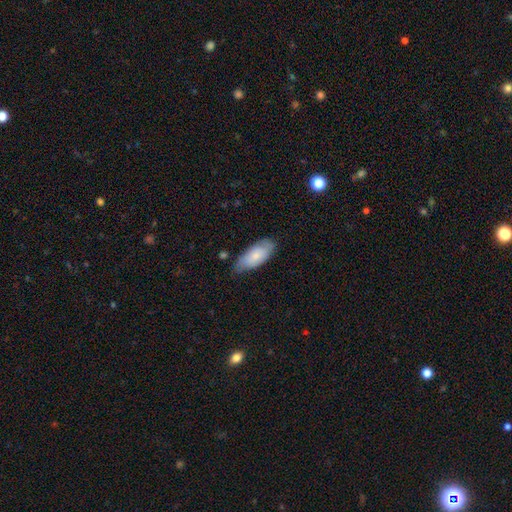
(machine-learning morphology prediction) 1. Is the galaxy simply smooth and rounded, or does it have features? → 76% smooth, 18% featured or disk, 6% star or artifact.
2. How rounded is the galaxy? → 86% in between, 12% cigar-shaped, 2% round.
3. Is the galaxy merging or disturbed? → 69% none, 26% minor disturbance, 4% major disturbance, 2% merger.